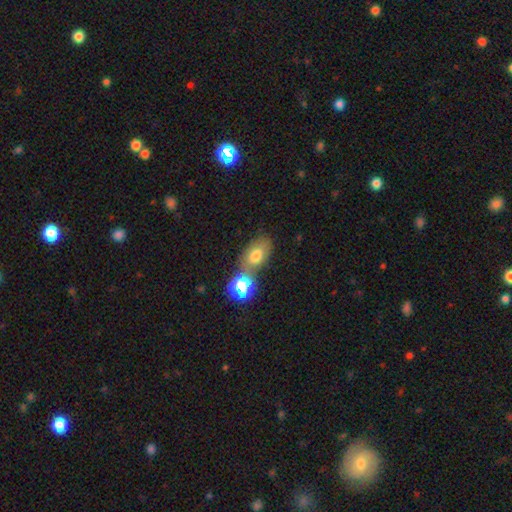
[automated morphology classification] Q: Smooth or featured?
A: smooth (67%); runner-up: star or artifact (17%)
Q: How rounded?
A: in between (80%); runner-up: round (18%)
Q: Merging?
A: none (53%); runner-up: merger (26%)